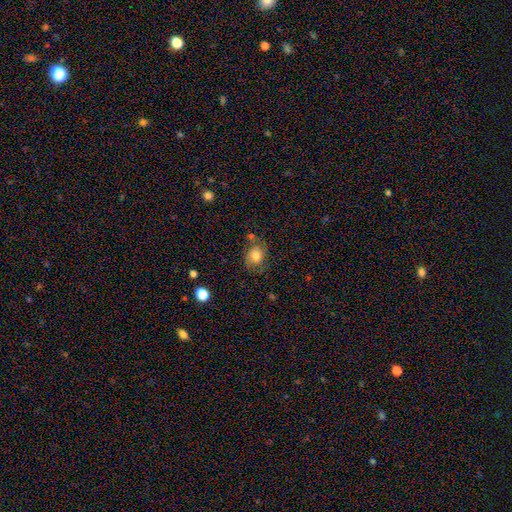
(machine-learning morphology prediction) Smooth or featured?
  - smooth: 63% *
  - featured or disk: 26%
  - star or artifact: 11%
How rounded?
  - round: 57% *
  - in between: 41%
  - cigar-shaped: 1%
Merging?
  - none: 58% *
  - minor disturbance: 23%
  - major disturbance: 12%
  - merger: 7%